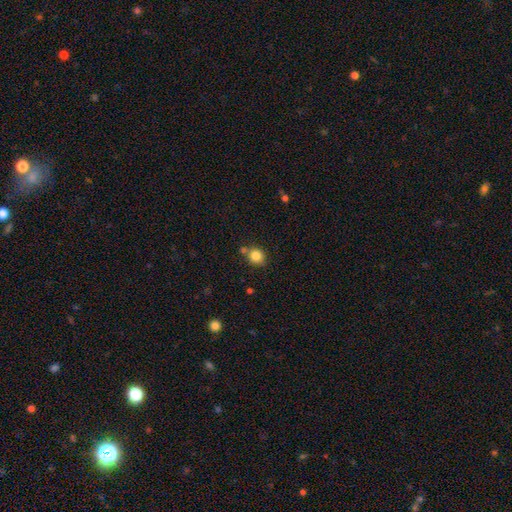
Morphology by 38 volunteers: Smooth or featured?
  - smooth: 82% *
  - featured or disk: 11%
  - star or artifact: 8%
How rounded?
  - round: 68% *
  - in between: 32%
  - cigar-shaped: 0%
Merging?
  - none: 66% *
  - merger: 20%
  - minor disturbance: 14%
  - major disturbance: 0%